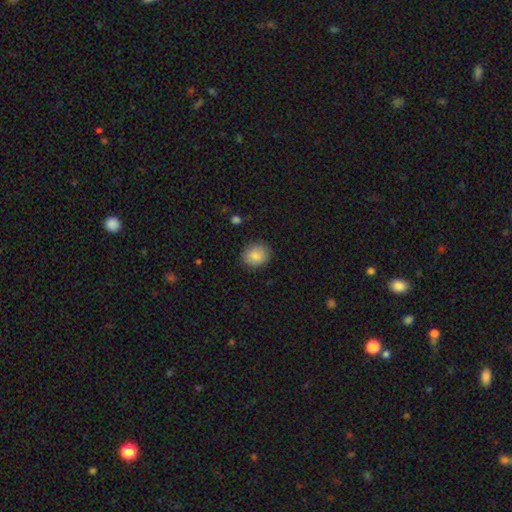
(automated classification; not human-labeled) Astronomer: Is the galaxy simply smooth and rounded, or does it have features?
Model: smooth — 86%.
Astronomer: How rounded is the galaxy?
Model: round — 64%.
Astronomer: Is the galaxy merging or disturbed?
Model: none — 87%.